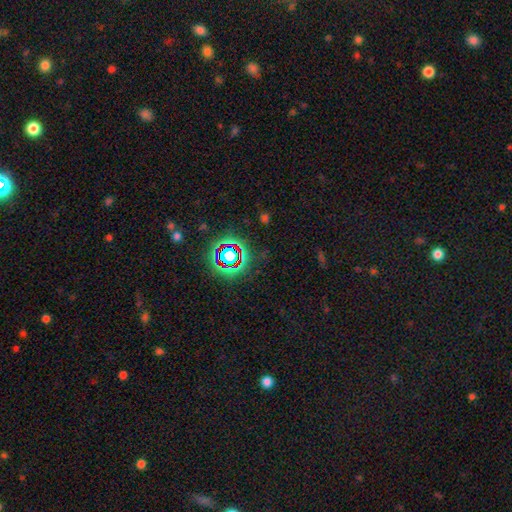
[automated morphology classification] smooth_or_featured: star or artifact (p=0.74) [alt: smooth p=0.14]